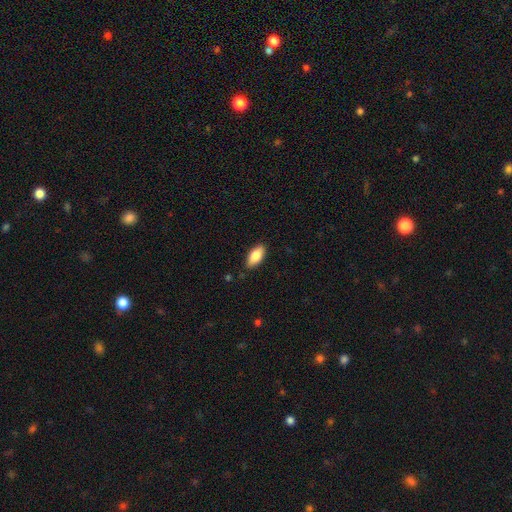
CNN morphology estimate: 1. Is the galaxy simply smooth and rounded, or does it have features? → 84% smooth, 10% featured or disk, 6% star or artifact.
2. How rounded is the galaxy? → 88% in between, 10% cigar-shaped, 2% round.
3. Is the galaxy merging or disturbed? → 86% none, 11% minor disturbance, 2% major disturbance, 1% merger.